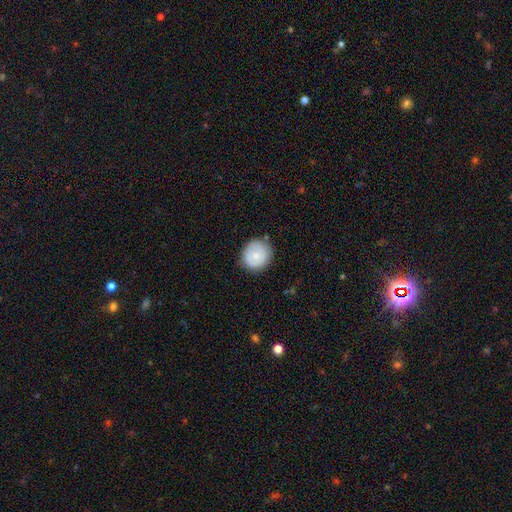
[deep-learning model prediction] Smooth or featured? smooth (75%)
How rounded? round (87%)
Merging? none (82%)